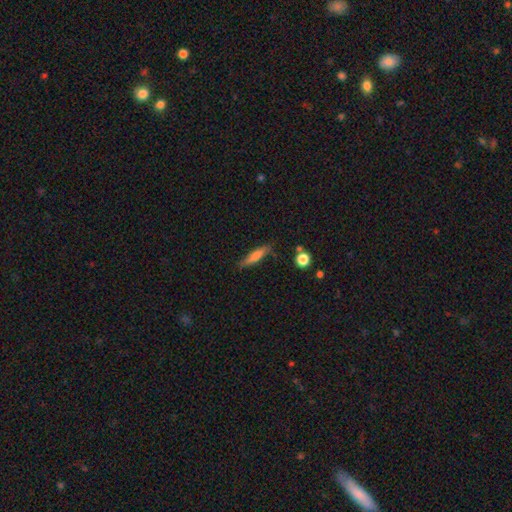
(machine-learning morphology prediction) Q: Smooth or featured?
A: smooth (69%); runner-up: featured or disk (24%)
Q: How rounded?
A: cigar-shaped (82%); runner-up: in between (16%)
Q: Merging?
A: none (78%); runner-up: minor disturbance (16%)